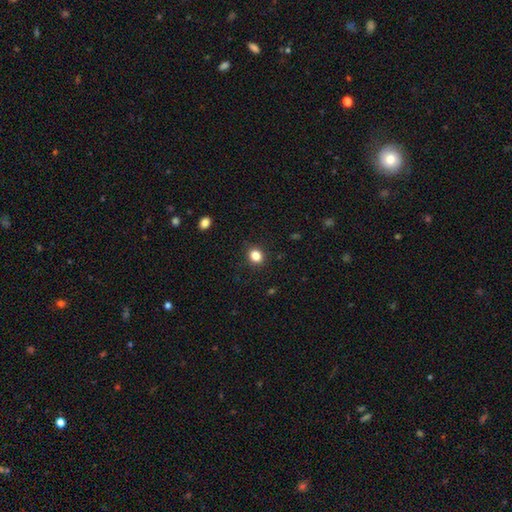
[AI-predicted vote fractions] Morphology: type=smooth (84%); roundness=round (63%); merging=none (89%).